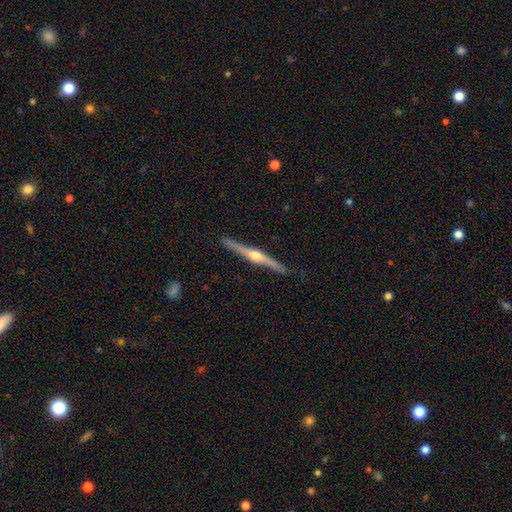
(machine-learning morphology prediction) A featured or disk galaxy (79%) viewed edge-on (98%) with a rounded central bulge (93%).

Vote fractions:
- Smooth or featured? featured or disk: 79% / smooth: 16% / star or artifact: 5%
- Edge-on disk? yes: 98% / no: 2%
- Edge-on bulge? rounded: 93% / none: 4% / boxy: 3%
- Merging? none: 89% / minor disturbance: 8% / major disturbance: 1% / merger: 1%